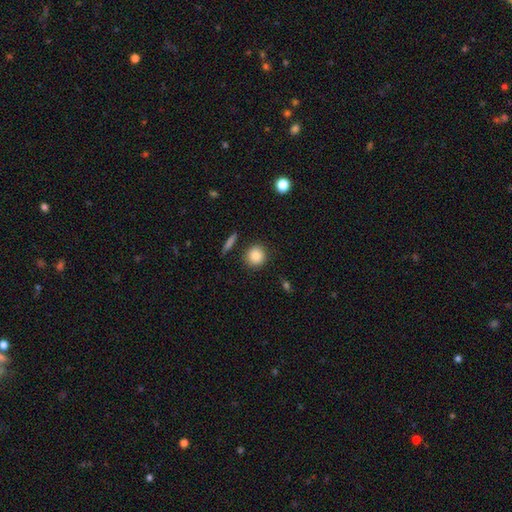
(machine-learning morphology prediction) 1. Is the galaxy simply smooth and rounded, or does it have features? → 87% smooth, 8% star or artifact, 4% featured or disk.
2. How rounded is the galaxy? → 89% round, 10% in between, 2% cigar-shaped.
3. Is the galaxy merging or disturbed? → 87% none, 8% minor disturbance, 3% merger, 3% major disturbance.